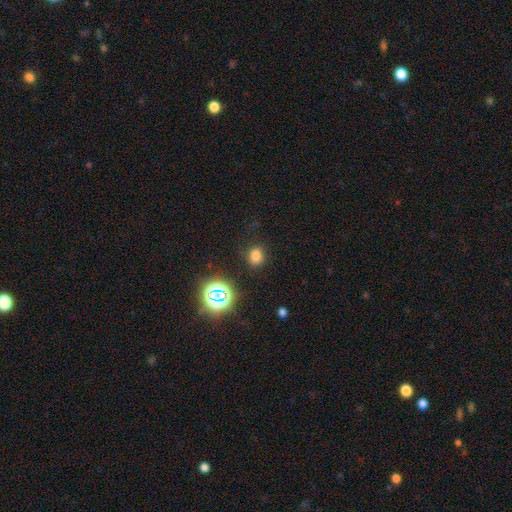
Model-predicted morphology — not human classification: smooth_or_featured: smooth (p=0.73) [alt: star or artifact p=0.21]
how_rounded: round (p=0.66) [alt: in between p=0.33]
merging: none (p=0.84) [alt: minor disturbance p=0.10]